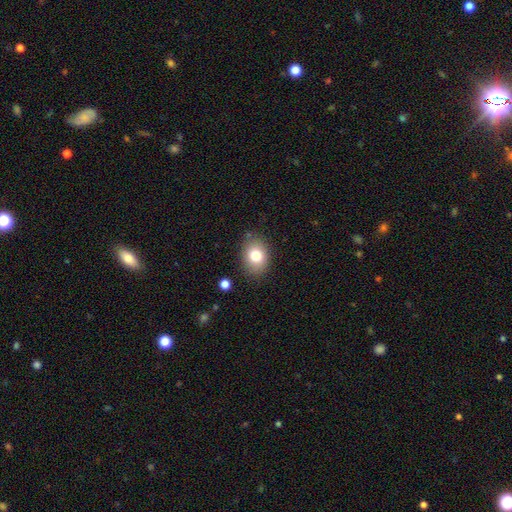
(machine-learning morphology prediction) smooth_or_featured: smooth (p=0.79) [alt: featured or disk p=0.11]
how_rounded: in between (p=0.66) [alt: round p=0.34]
merging: none (p=0.83) [alt: minor disturbance p=0.12]